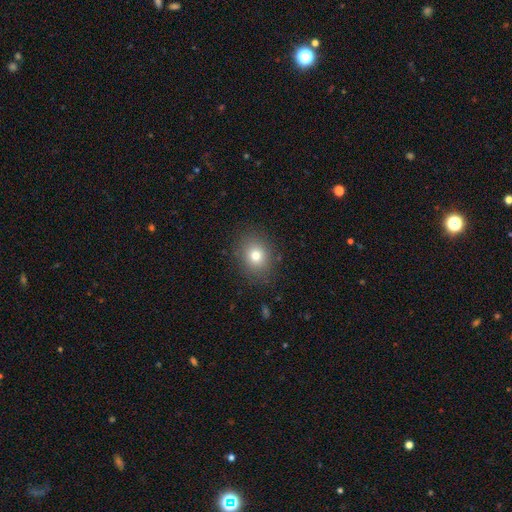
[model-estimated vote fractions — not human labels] Smooth or featured?
  - smooth: 76% *
  - star or artifact: 13%
  - featured or disk: 11%
How rounded?
  - round: 62% *
  - in between: 37%
  - cigar-shaped: 1%
Merging?
  - none: 86% *
  - minor disturbance: 10%
  - major disturbance: 4%
  - merger: 1%